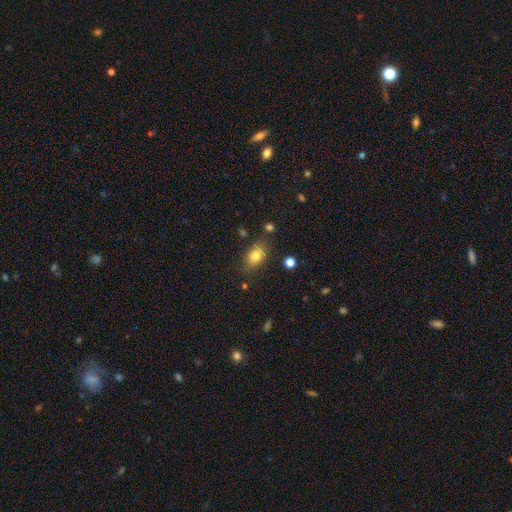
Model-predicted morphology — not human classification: A smooth galaxy with no disk features (81%) that is in between round and cigar-shaped (80%). Merging: none (78%).